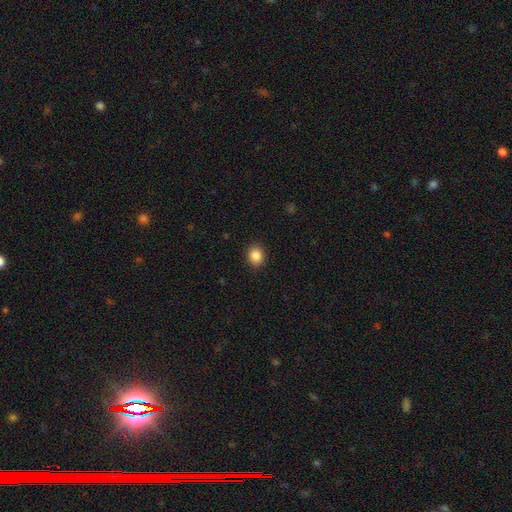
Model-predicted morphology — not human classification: Smooth or featured? smooth (87%)
How rounded? round (66%)
Merging? none (91%)